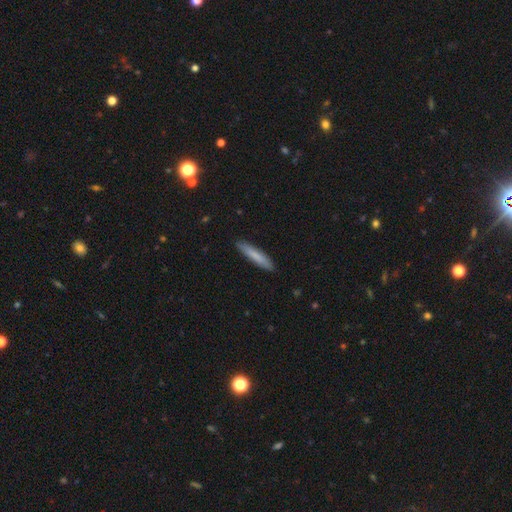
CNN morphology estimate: Smooth or featured?
  - smooth: 80% *
  - featured or disk: 15%
  - star or artifact: 5%
How rounded?
  - cigar-shaped: 90% *
  - in between: 9%
  - round: 1%
Merging?
  - none: 89% *
  - minor disturbance: 8%
  - major disturbance: 2%
  - merger: 1%